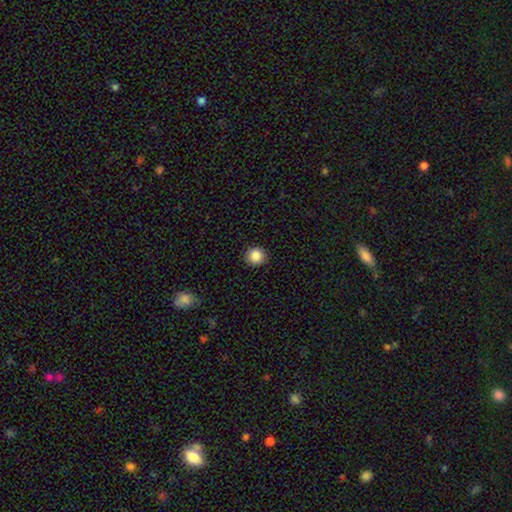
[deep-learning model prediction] Q: Smooth or featured?
A: smooth (87%); runner-up: star or artifact (9%)
Q: How rounded?
A: round (92%); runner-up: in between (8%)
Q: Merging?
A: none (91%); runner-up: minor disturbance (6%)